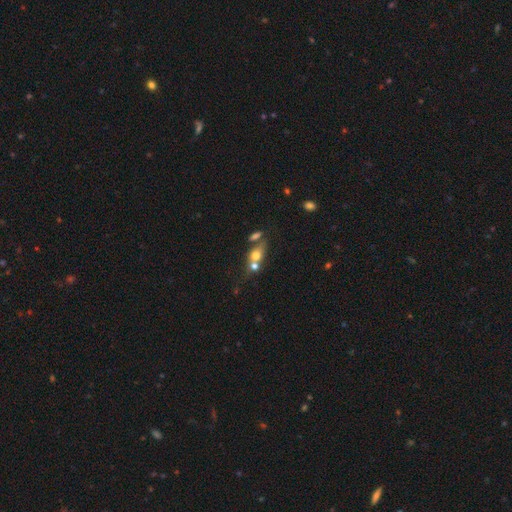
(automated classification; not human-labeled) Smooth or featured? Predicted: smooth (p=0.64). How rounded? Predicted: in between (p=0.48). Merging? Predicted: merger (p=0.49).